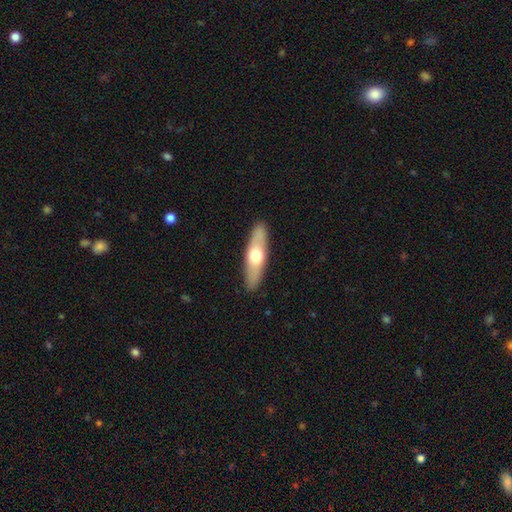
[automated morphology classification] Smooth or featured? Predicted: smooth (p=0.53). How rounded? Predicted: cigar-shaped (p=0.61). Merging? Predicted: none (p=0.90).